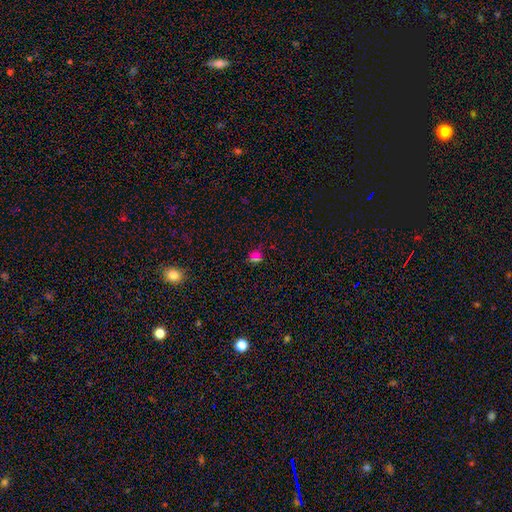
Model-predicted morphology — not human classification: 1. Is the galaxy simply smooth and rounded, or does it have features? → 58% smooth, 34% star or artifact, 7% featured or disk.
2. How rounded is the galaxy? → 78% round, 20% in between, 2% cigar-shaped.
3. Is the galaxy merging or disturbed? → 74% none, 12% minor disturbance, 9% merger, 5% major disturbance.